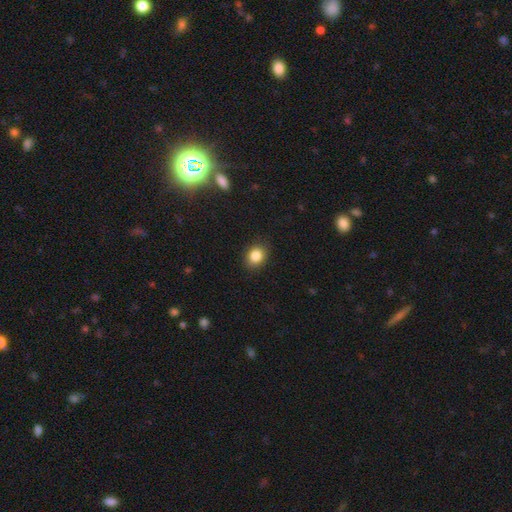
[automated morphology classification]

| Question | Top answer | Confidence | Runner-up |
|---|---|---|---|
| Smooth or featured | smooth | 85% | star or artifact (10%) |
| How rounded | round | 57% | in between (42%) |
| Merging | none | 88% | minor disturbance (9%) |